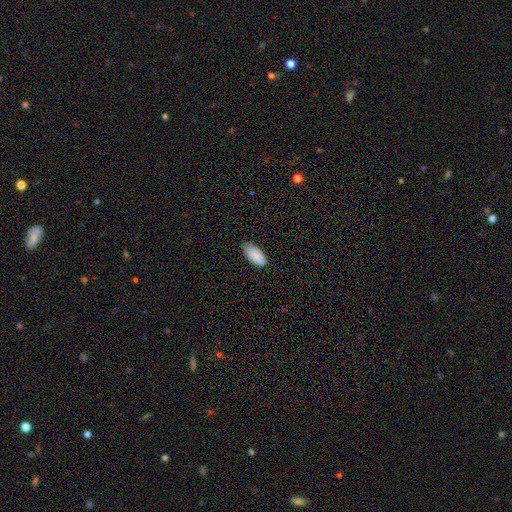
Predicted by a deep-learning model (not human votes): This is clearly a smooth galaxy (88%). How rounded: clearly in between (94%). Merging: likely none (76%).